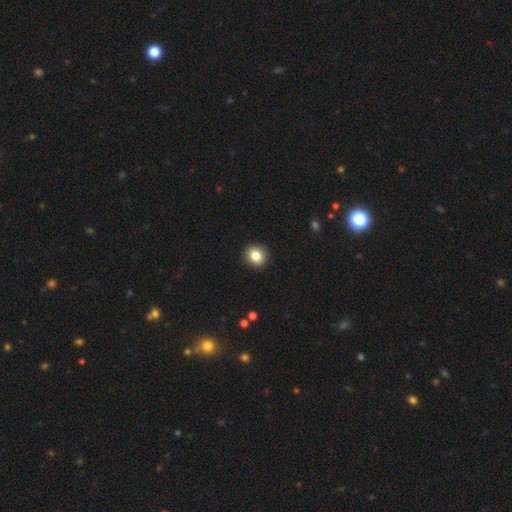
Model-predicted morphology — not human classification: Overall: smooth (84%). How rounded: round (85%). Merging: none (91%).